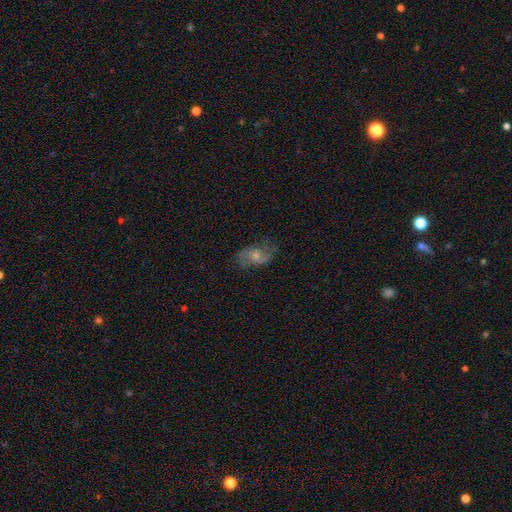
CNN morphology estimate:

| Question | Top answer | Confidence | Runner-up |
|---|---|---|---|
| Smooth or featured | featured or disk | 54% | smooth (37%) |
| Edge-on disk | no | 94% | yes (6%) |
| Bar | no | 70% | weak (26%) |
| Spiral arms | yes | 82% | no (18%) |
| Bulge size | moderate | 49% | small (40%) |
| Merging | none | 69% | minor disturbance (21%) |